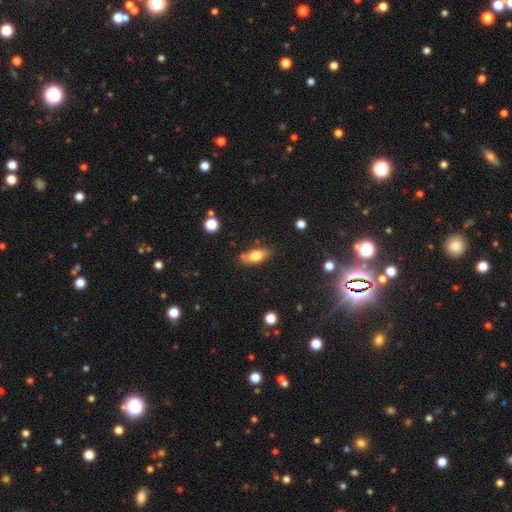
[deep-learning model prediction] Smooth or featured: smooth — 75% (featured or disk — 17%)
How rounded: in between — 84% (cigar-shaped — 11%)
Merging: none — 74% (minor disturbance — 17%)